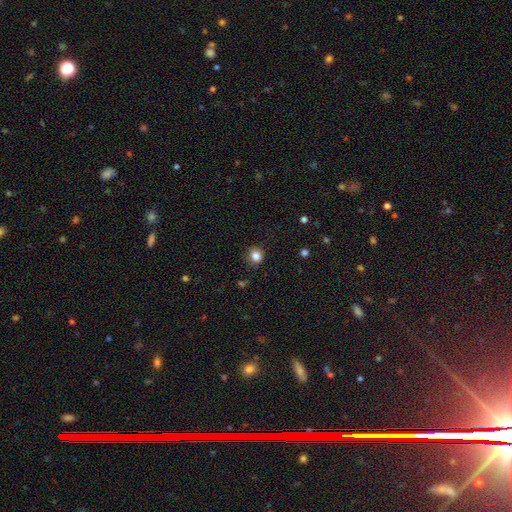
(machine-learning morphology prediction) smooth_or_featured: smooth (p=0.84) [alt: star or artifact p=0.11]
how_rounded: round (p=0.76) [alt: in between p=0.23]
merging: none (p=0.80) [alt: minor disturbance p=0.15]